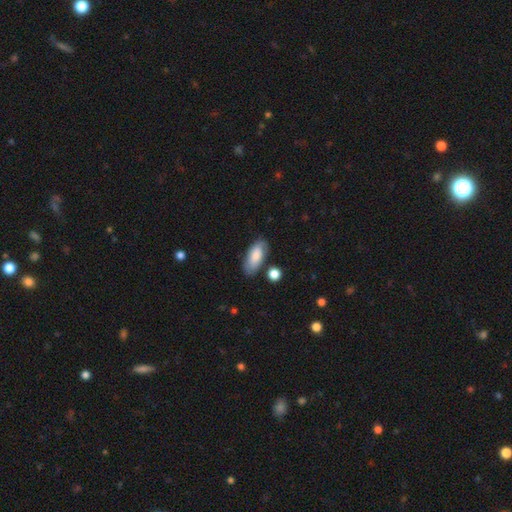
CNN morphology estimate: smooth 81%, featured or disk 13%, star or artifact 6%. Down the decision tree: how rounded — in between (85%); merging — none (76%).